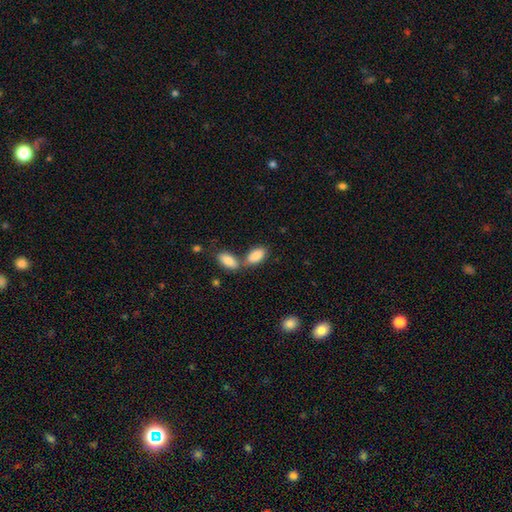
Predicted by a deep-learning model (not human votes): smooth_or_featured: smooth (p=0.87) [alt: featured or disk p=0.07]
how_rounded: in between (p=0.92) [alt: cigar-shaped p=0.05]
merging: none (p=0.43) [tied with: merger p=0.43]